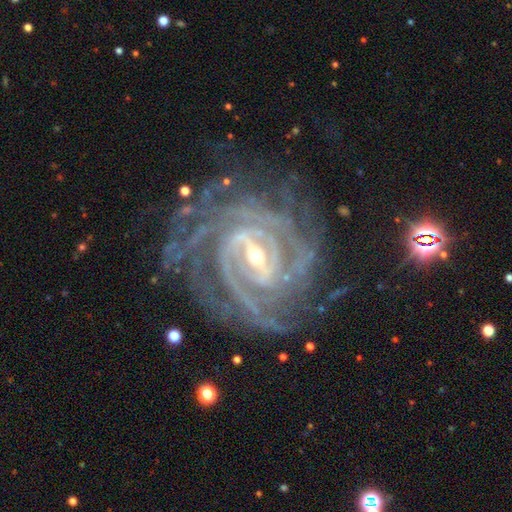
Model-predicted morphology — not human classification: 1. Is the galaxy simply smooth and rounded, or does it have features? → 92% featured or disk, 5% star or artifact, 3% smooth.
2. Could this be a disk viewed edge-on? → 97% no, 3% yes.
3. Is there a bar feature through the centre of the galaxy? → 52% strong, 37% weak, 11% no.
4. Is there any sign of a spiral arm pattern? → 98% yes, 2% no.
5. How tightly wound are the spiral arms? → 77% tight, 20% medium, 3% loose.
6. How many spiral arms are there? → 25% 4, 18% can't tell, 17% 3, 16% 2, 16% more than 4, 8% 1.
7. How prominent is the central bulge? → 60% small, 36% moderate, 2% large, 1% none, 1% dominant.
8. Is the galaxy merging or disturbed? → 75% none, 15% minor disturbance, 8% major disturbance, 2% merger.